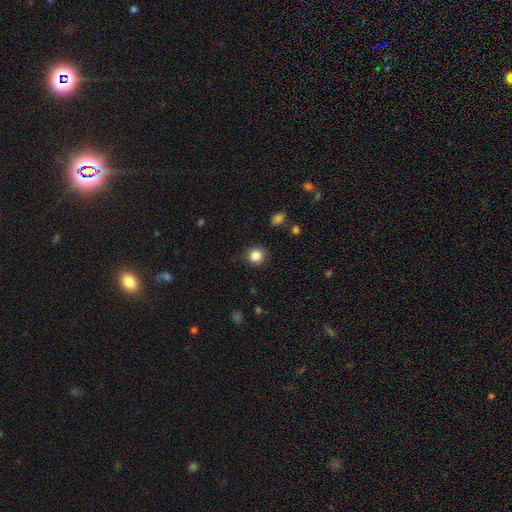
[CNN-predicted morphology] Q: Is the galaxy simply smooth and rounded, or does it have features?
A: smooth — 85%.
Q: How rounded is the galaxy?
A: round — 90%.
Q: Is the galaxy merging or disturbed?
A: none — 87%.